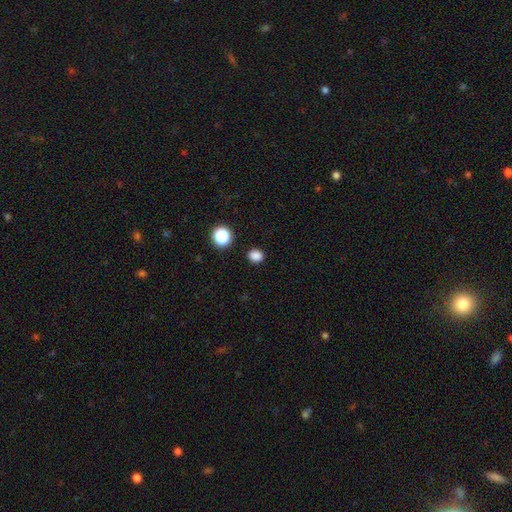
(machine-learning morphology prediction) This is clearly a smooth galaxy (83%). How rounded: likely round (64%). Merging: clearly none (88%).